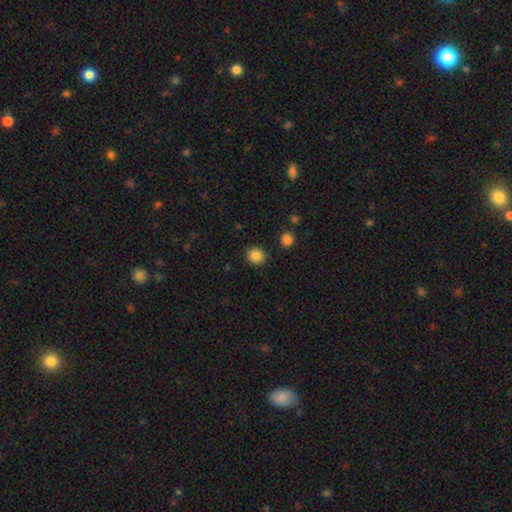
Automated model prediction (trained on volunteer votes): Q: Smooth or featured?
A: smooth (86%); runner-up: star or artifact (10%)
Q: How rounded?
A: round (79%); runner-up: in between (20%)
Q: Merging?
A: none (88%); runner-up: minor disturbance (7%)